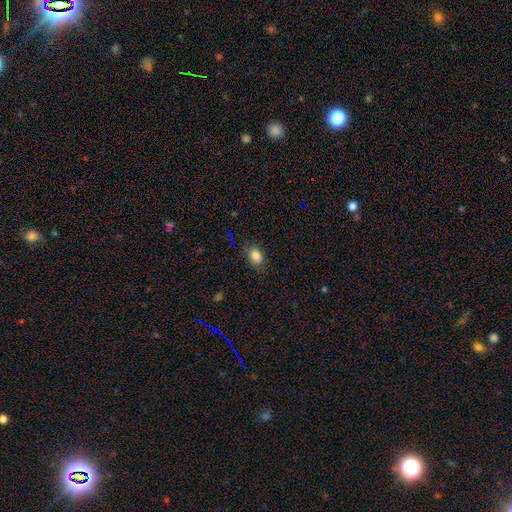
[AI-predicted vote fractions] smooth_or_featured: smooth (p=0.83) [alt: star or artifact p=0.11]
how_rounded: in between (p=0.64) [alt: round p=0.34]
merging: none (p=0.78) [alt: minor disturbance p=0.17]